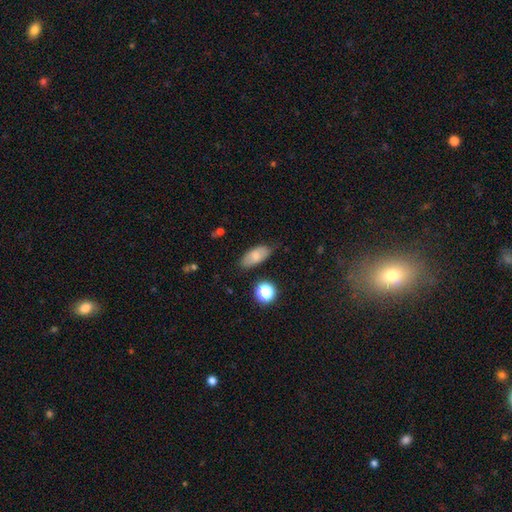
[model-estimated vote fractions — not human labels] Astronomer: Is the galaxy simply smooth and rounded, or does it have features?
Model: smooth — 79%.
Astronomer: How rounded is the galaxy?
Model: in between — 87%.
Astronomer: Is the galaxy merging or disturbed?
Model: none — 78%.